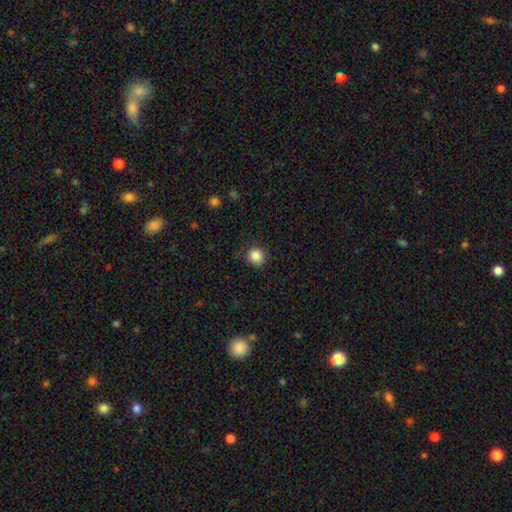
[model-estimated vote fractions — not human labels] smooth_or_featured: smooth (p=0.86) [alt: star or artifact p=0.10]
how_rounded: round (p=0.88) [alt: in between p=0.11]
merging: none (p=0.83) [alt: minor disturbance p=0.12]